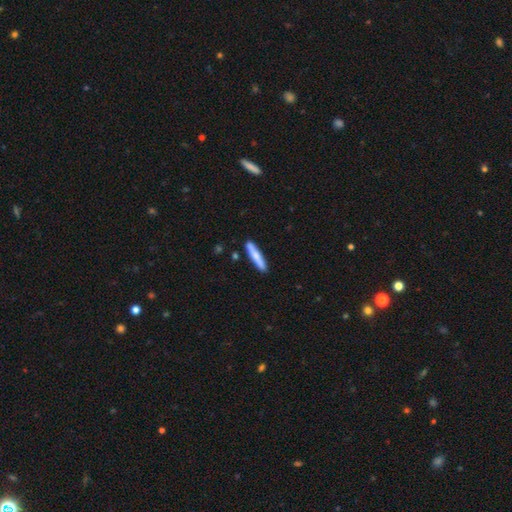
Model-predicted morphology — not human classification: type=smooth (72%); roundness=cigar-shaped (91%); merging=none (88%).